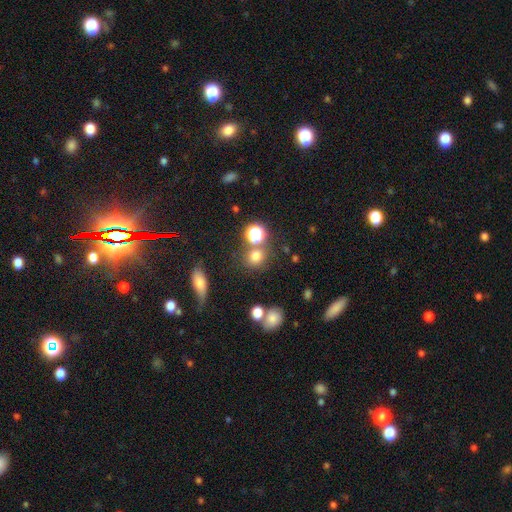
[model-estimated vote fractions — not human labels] The model was most divided on "smooth or featured": smooth: 72%, star or artifact: 21%, featured or disk: 7%. More confident: how rounded — round (79%); merging — none (71%).